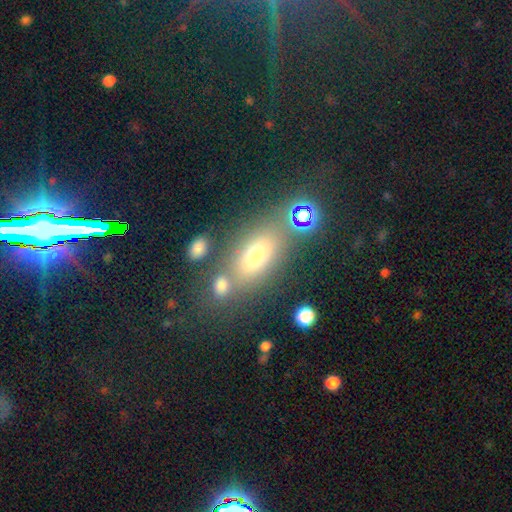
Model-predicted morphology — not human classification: smooth-or-featured: smooth: 67% | featured or disk: 17% | star or artifact: 16%
  how-rounded: in between: 75% | round: 16% | cigar-shaped: 9%
  merging: none: 65% | merger: 16% | minor disturbance: 13% | major disturbance: 7%